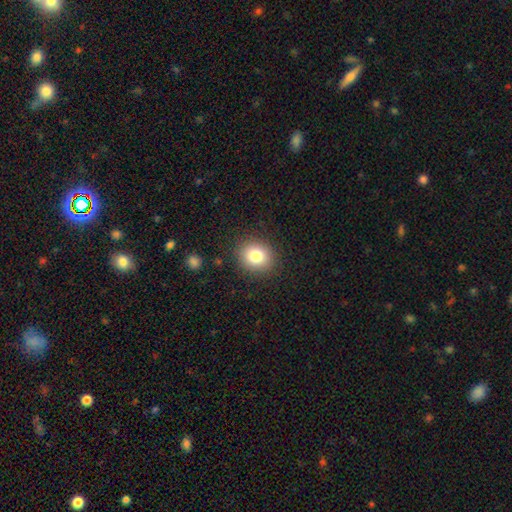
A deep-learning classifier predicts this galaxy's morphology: Overall: smooth (81%). How rounded: round (70%). Merging: none (88%).